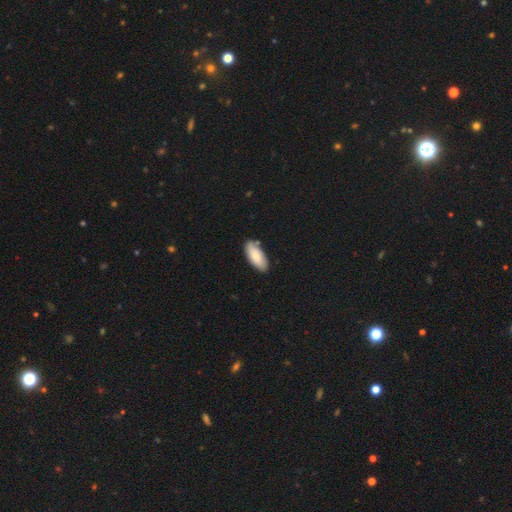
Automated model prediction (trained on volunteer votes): Smooth or featured? smooth (82%)
How rounded? in between (85%)
Merging? none (77%)